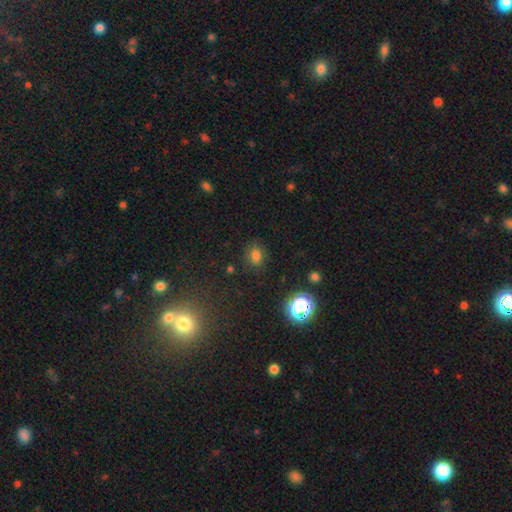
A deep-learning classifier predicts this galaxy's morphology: Q: Smooth or featured?
A: smooth (71%); runner-up: star or artifact (22%)
Q: How rounded?
A: in between (61%); runner-up: round (37%)
Q: Merging?
A: none (77%); runner-up: minor disturbance (15%)